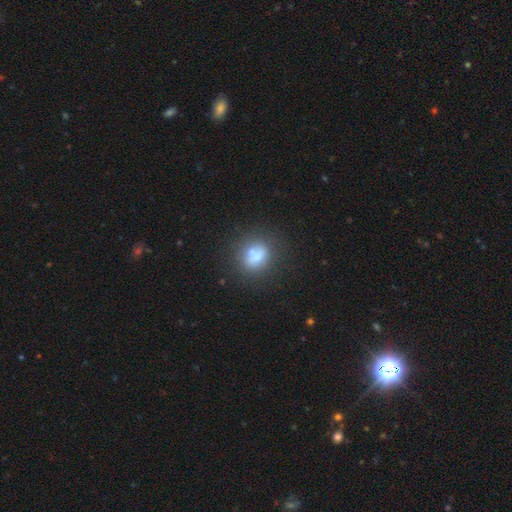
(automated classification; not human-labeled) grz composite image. It shows a smooth galaxy with no disk features (63%) that is round (65%). Merging: none (53%).